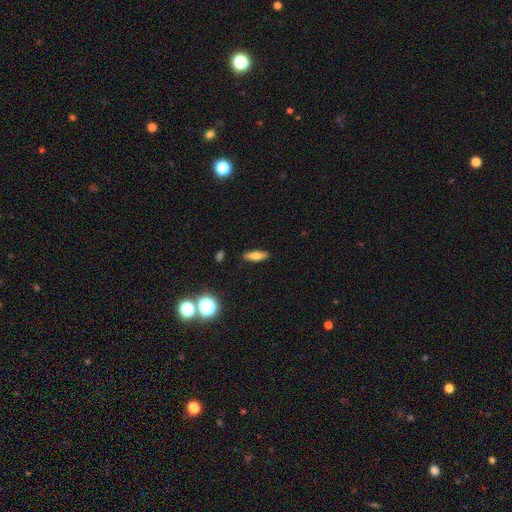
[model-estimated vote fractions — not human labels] smooth_or_featured: smooth (p=0.69) [alt: featured or disk p=0.21]
how_rounded: cigar-shaped (p=0.48) [tied with: in between p=0.48]
merging: none (p=0.88) [alt: minor disturbance p=0.09]